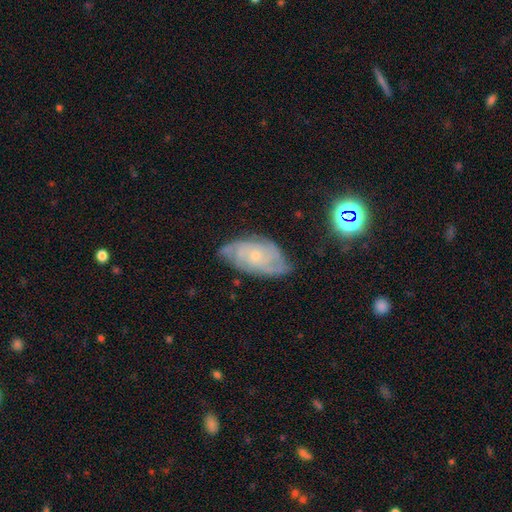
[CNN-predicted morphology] This is likely a featured or disk galaxy (77%). It is clearly not viewed edge-on (95%). Bar: likely no (76%). Spiral arm pattern: clearly yes (93%). Spiral arm count: marginally can't tell (36%). Spiral winding: likely tight (62%). Central bulge: likely small (77%). Merging: likely none (69%).